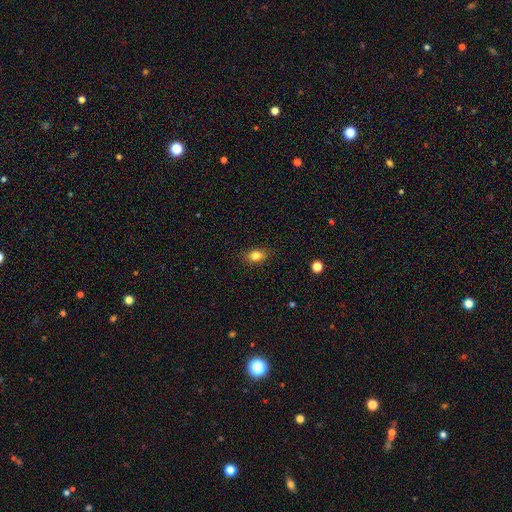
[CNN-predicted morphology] Smooth or featured? smooth (81%)
How rounded? in between (71%)
Merging? none (86%)